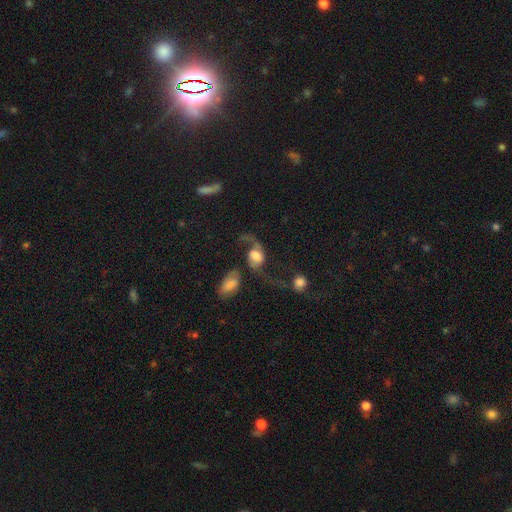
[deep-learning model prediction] This appears to be a featured or disk galaxy (67%) with no bar (55%), 2 (82%) loose (85%) spiral arms (89%) and a large central bulge (44%). Merging: major disturbance (32%).